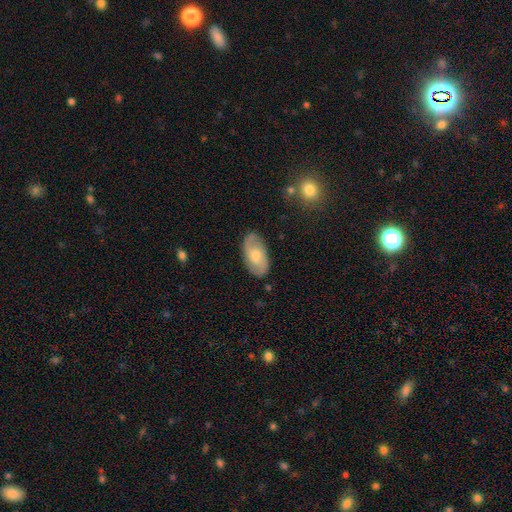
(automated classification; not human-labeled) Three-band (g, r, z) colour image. It shows a featured or disk galaxy (51%). Merging: none (81%).